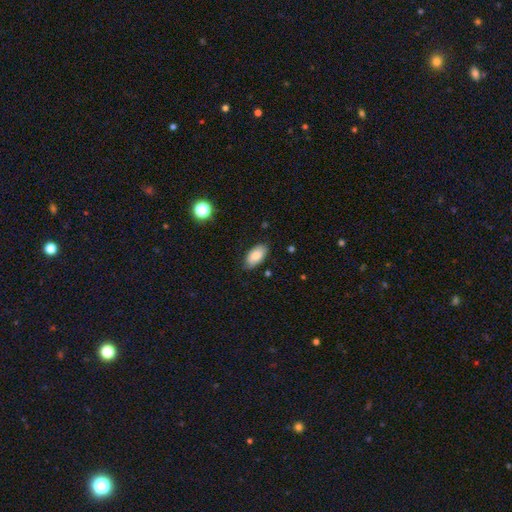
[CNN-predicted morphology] smooth-or-featured: smooth: 84% | featured or disk: 9% | star or artifact: 7%
  how-rounded: in between: 93% | cigar-shaped: 4% | round: 3%
  merging: none: 81% | minor disturbance: 15% | major disturbance: 3% | merger: 1%